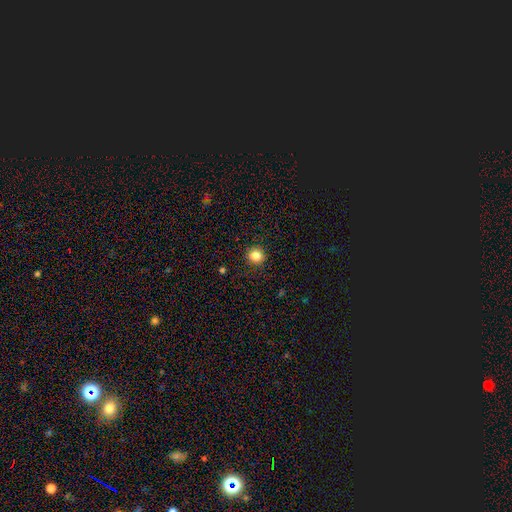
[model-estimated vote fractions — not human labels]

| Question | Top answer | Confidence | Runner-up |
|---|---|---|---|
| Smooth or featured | smooth | 85% | star or artifact (11%) |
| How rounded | round | 90% | in between (9%) |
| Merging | none | 91% | minor disturbance (6%) |